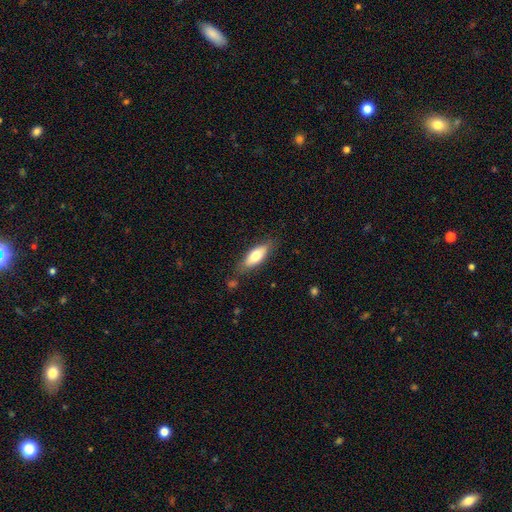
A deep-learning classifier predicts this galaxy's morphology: A smooth galaxy with no disk features (70%) that is in between round and cigar-shaped (66%).

Vote fractions:
- Smooth or featured? smooth: 70% / featured or disk: 24% / star or artifact: 6%
- How rounded? in between: 66% / cigar-shaped: 32% / round: 2%
- Merging? none: 79% / minor disturbance: 15% / major disturbance: 3% / merger: 3%